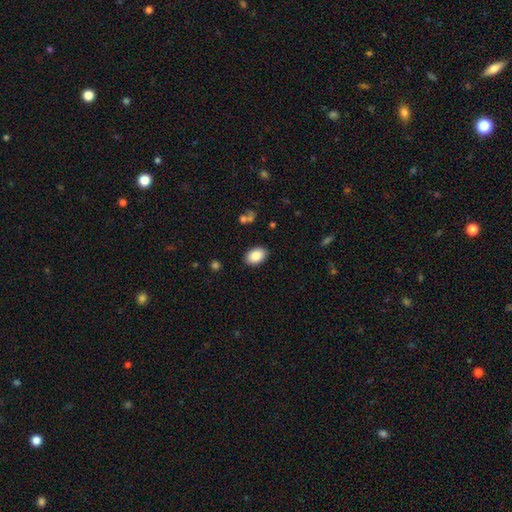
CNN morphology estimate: smooth_or_featured: smooth (p=0.86) [alt: star or artifact p=0.07]
how_rounded: in between (p=0.86) [alt: round p=0.13]
merging: none (p=0.88) [alt: minor disturbance p=0.09]